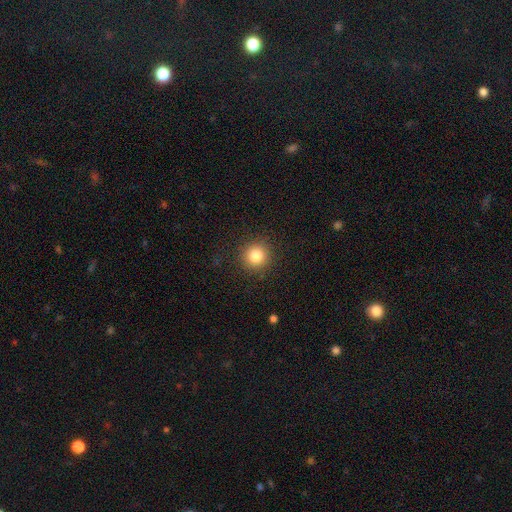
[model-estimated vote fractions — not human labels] Q: Smooth or featured?
A: smooth (83%); runner-up: star or artifact (11%)
Q: How rounded?
A: round (94%); runner-up: in between (6%)
Q: Merging?
A: none (90%); runner-up: minor disturbance (6%)